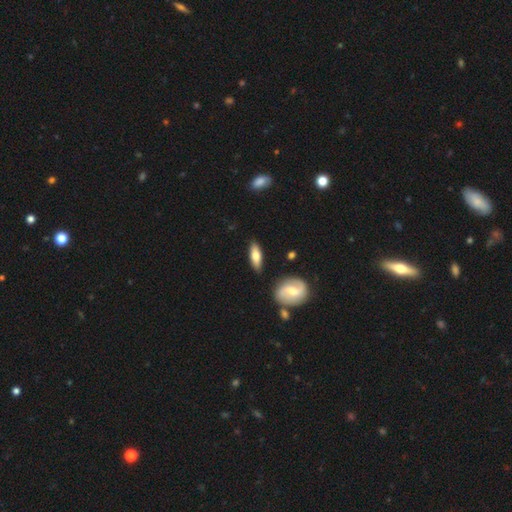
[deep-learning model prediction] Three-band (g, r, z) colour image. It shows a smooth galaxy with no disk features (63%) that is in between round and cigar-shaped (57%). Merging: none (83%).